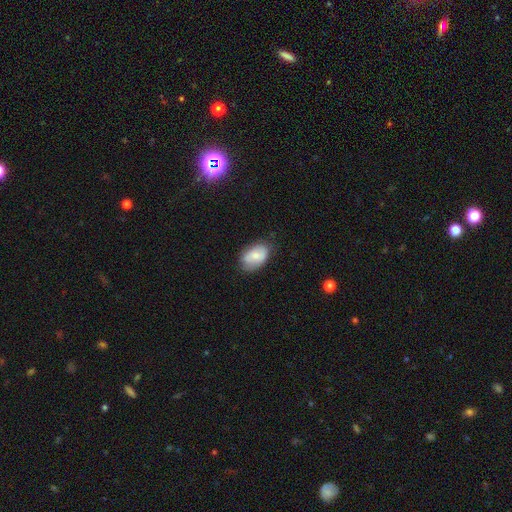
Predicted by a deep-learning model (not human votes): smooth 70%, featured or disk 23%, star or artifact 7%. Down the decision tree: how rounded — in between (89%); merging — none (70%).